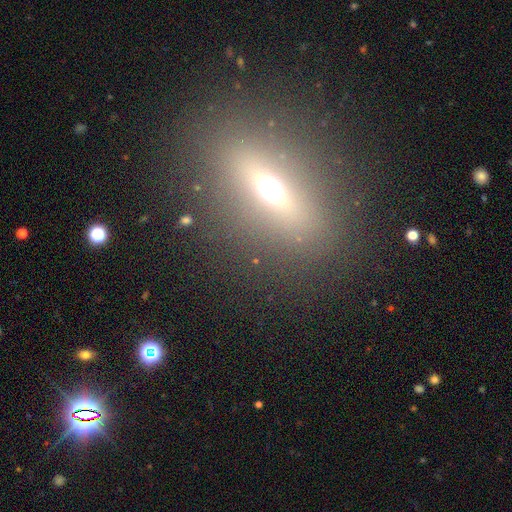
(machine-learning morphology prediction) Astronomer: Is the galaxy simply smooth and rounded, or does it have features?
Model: featured or disk — 52% (runner-up: smooth, 31%).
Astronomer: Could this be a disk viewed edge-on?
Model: yes — 77%.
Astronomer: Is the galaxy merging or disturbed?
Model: none — 86%.